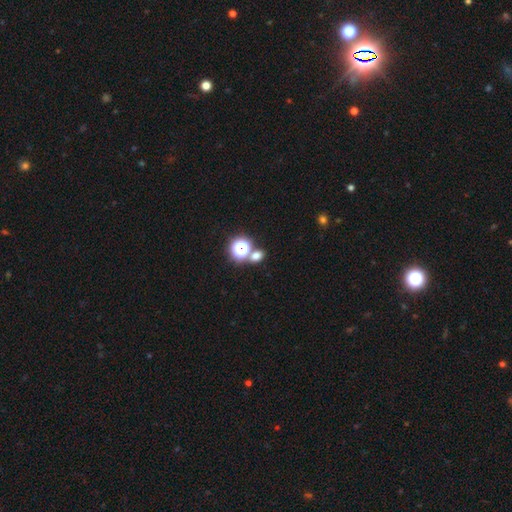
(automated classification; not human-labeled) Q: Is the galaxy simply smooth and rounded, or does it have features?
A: smooth — 63%.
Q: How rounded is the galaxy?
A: in between — 50%.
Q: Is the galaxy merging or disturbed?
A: none — 68%.